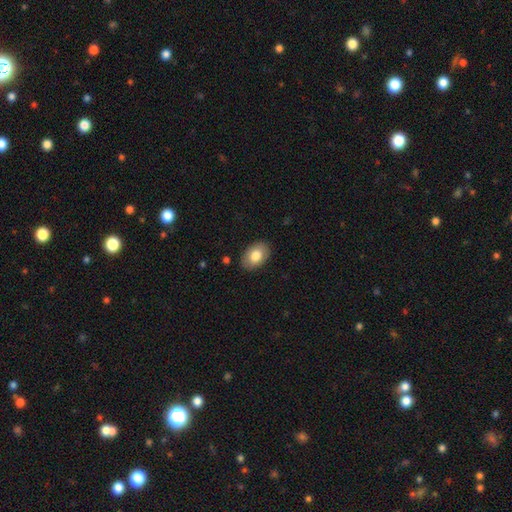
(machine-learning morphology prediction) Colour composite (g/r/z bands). It shows a smooth galaxy with no disk features (79%) that is in between round and cigar-shaped (89%). Merging: none (87%).